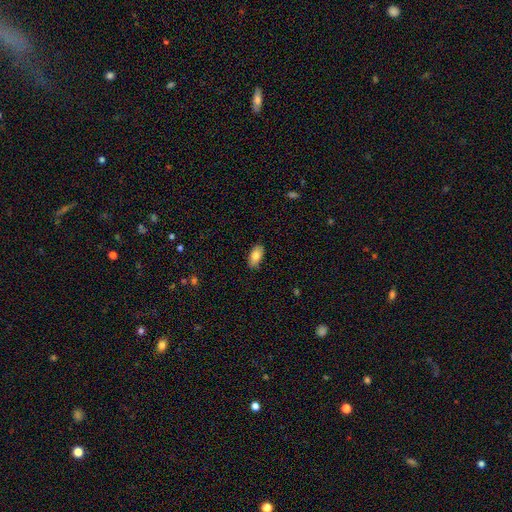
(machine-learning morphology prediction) Q: Smooth or featured?
A: smooth (80%); runner-up: featured or disk (14%)
Q: How rounded?
A: in between (92%); runner-up: cigar-shaped (4%)
Q: Merging?
A: none (87%); runner-up: minor disturbance (10%)